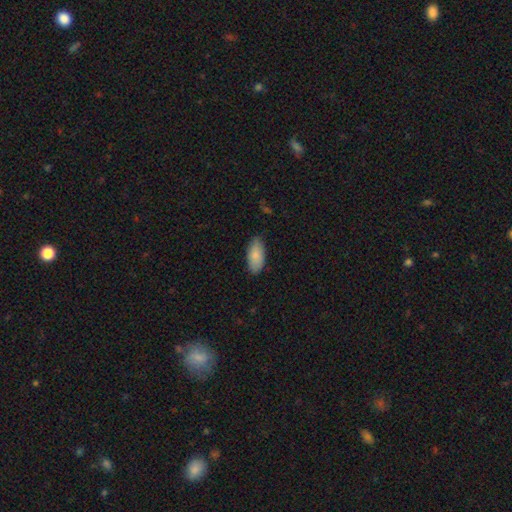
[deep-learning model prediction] Q: Smooth or featured?
A: smooth (86%); runner-up: featured or disk (8%)
Q: How rounded?
A: in between (92%); runner-up: cigar-shaped (6%)
Q: Merging?
A: none (78%); runner-up: minor disturbance (18%)